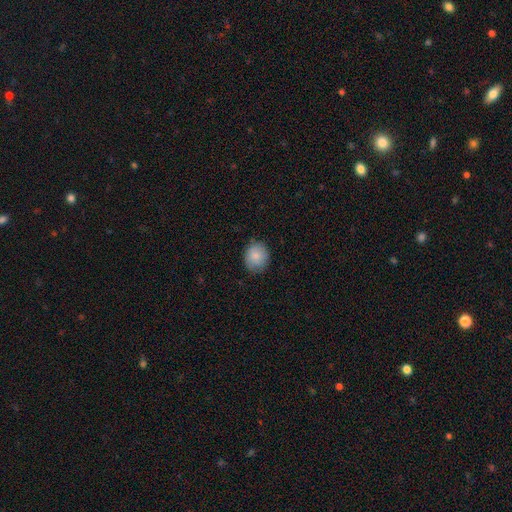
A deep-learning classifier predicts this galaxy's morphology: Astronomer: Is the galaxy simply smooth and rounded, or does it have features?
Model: smooth — 84%.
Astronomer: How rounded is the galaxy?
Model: round — 67%.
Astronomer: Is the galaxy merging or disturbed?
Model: none — 82%.